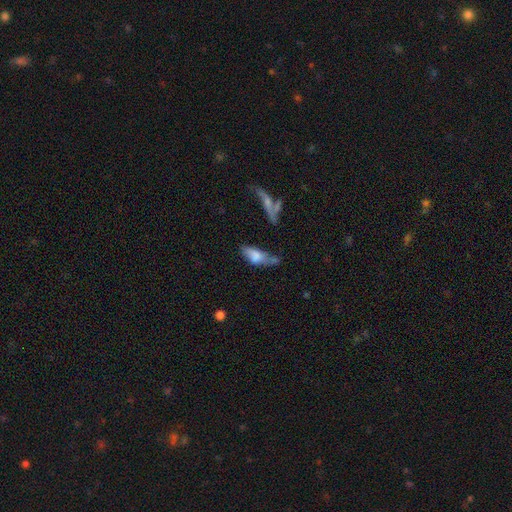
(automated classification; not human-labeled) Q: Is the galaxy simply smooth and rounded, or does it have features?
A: smooth — 66%.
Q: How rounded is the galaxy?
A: in between — 73%.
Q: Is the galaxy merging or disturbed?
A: minor disturbance — 30%, tied with none.